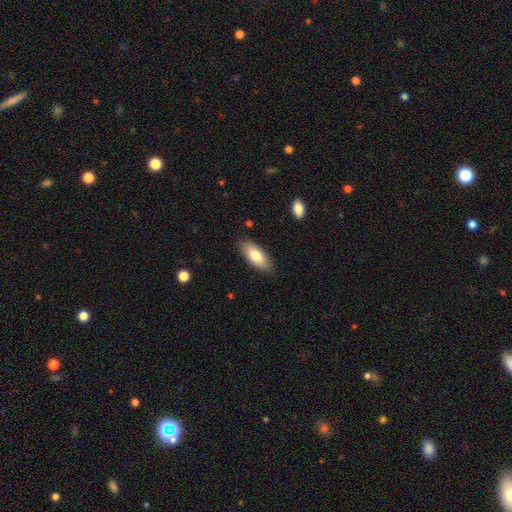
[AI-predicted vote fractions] Smooth or featured? Predicted: smooth (p=0.78). How rounded? Predicted: in between (p=0.82). Merging? Predicted: none (p=0.86).